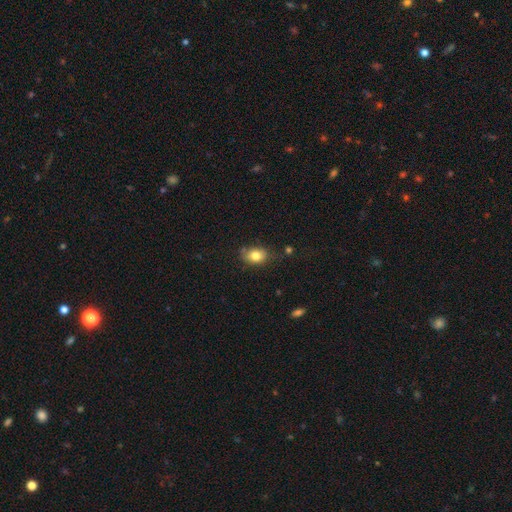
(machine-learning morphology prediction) A smooth galaxy with no disk features (81%) that is in between round and cigar-shaped (74%).

Vote fractions:
- Smooth or featured? smooth: 81% / featured or disk: 10% / star or artifact: 9%
- How rounded? in between: 74% / round: 25% / cigar-shaped: 1%
- Merging? none: 71% / minor disturbance: 21% / major disturbance: 4% / merger: 3%